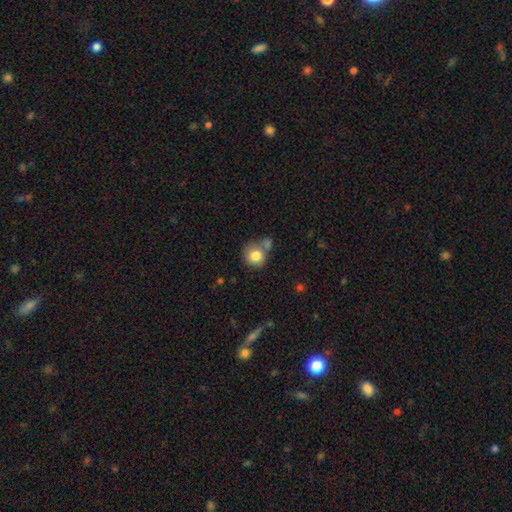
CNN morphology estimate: Smooth or featured?
  - smooth: 82% *
  - featured or disk: 9%
  - star or artifact: 9%
How rounded?
  - round: 87% *
  - in between: 12%
  - cigar-shaped: 1%
Merging?
  - none: 56% *
  - merger: 26%
  - minor disturbance: 13%
  - major disturbance: 5%